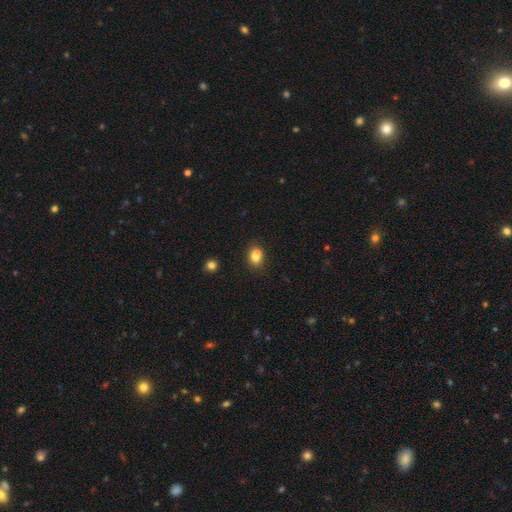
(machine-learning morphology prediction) Smooth or featured? smooth (80%)
How rounded? in between (67%)
Merging? none (60%)